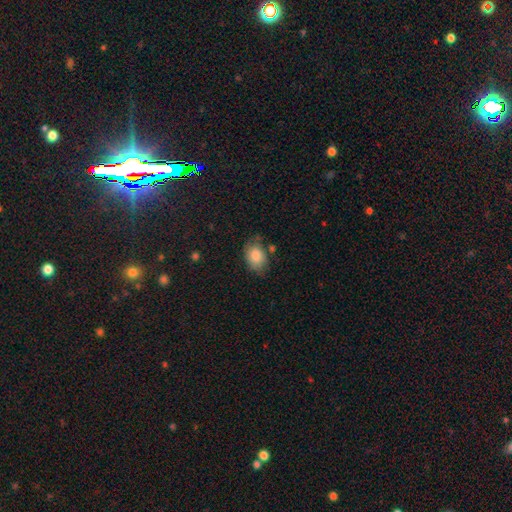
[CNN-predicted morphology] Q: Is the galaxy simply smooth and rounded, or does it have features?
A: smooth — 84%.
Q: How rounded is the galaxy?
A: in between — 76%.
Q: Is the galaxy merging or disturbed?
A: none — 65%.